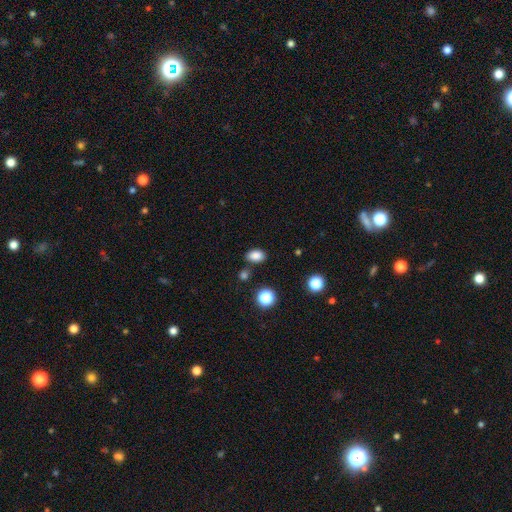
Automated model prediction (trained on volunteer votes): Smooth or featured?
  - smooth: 84% *
  - star or artifact: 12%
  - featured or disk: 4%
How rounded?
  - in between: 80% *
  - round: 18%
  - cigar-shaped: 1%
Merging?
  - none: 80% *
  - minor disturbance: 12%
  - merger: 5%
  - major disturbance: 3%